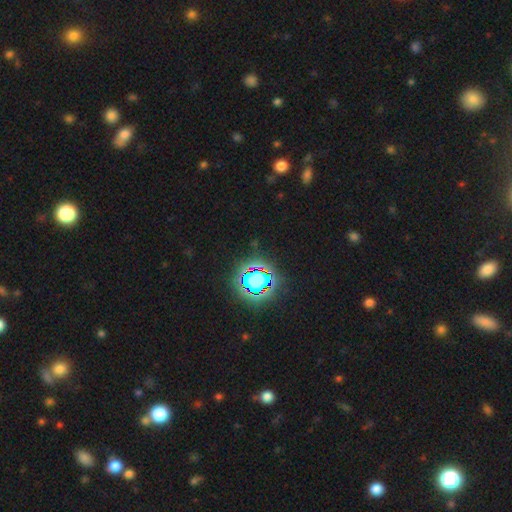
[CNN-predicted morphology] This appears to be a star or artifact, not a galaxy (80%).